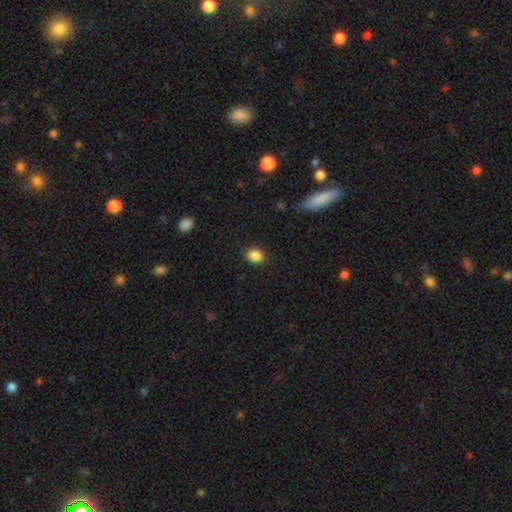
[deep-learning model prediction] Smooth or featured? Predicted: smooth (p=0.87). How rounded? Predicted: round (p=0.50). Merging? Predicted: none (p=0.86).